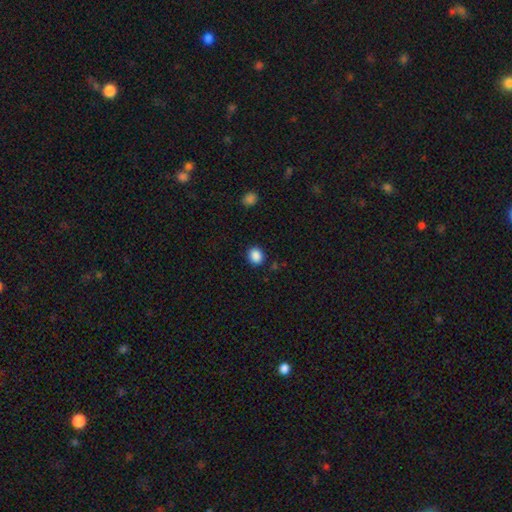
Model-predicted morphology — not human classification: Smooth or featured? smooth (88%)
How rounded? round (63%)
Merging? none (88%)